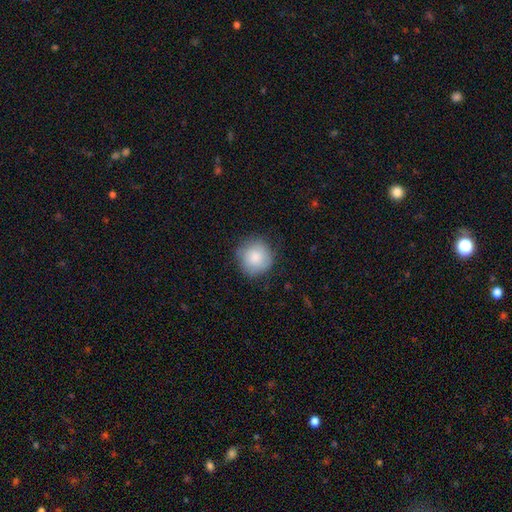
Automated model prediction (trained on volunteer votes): Smooth or featured? smooth (84%)
How rounded? round (94%)
Merging? none (81%)